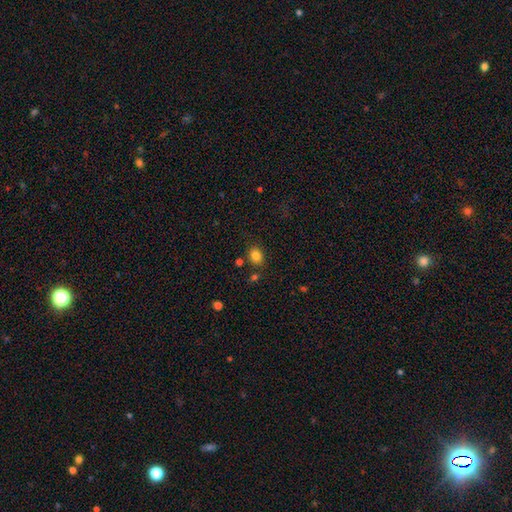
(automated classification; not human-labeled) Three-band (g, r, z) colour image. It shows a smooth galaxy with no disk features (83%) that is in between round and cigar-shaped (53%). Merging: none (81%).